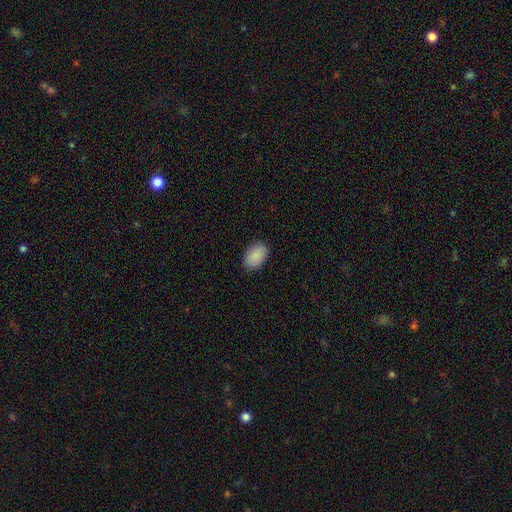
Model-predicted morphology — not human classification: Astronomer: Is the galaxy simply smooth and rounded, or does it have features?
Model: smooth — 91%.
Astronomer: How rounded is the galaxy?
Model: in between — 91%.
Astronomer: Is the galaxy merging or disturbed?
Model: none — 88%.